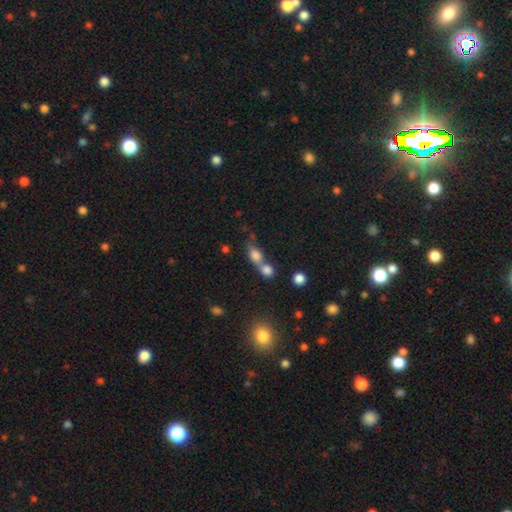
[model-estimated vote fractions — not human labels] Smooth or featured? smooth (75%)
How rounded? in between (60%)
Merging? merger (62%)